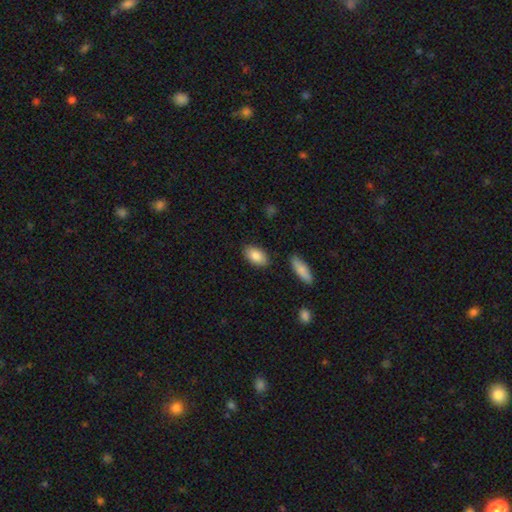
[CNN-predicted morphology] This appears to be a smooth galaxy with no disk features (85%) that is in between round and cigar-shaped (92%). Merging: none (86%).